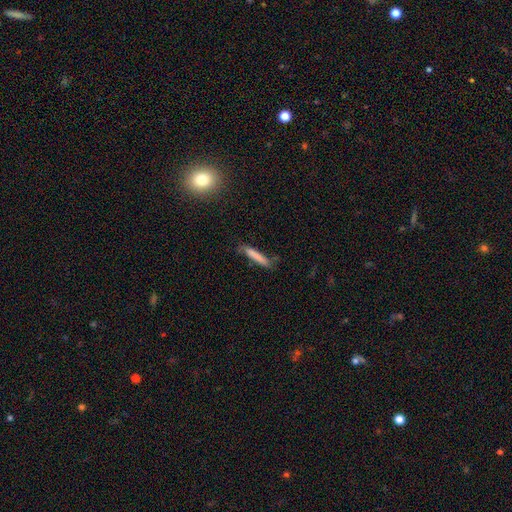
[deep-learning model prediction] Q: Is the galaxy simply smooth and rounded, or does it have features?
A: smooth — 79%.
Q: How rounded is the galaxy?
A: cigar-shaped — 93%.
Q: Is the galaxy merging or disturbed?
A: none — 76%.